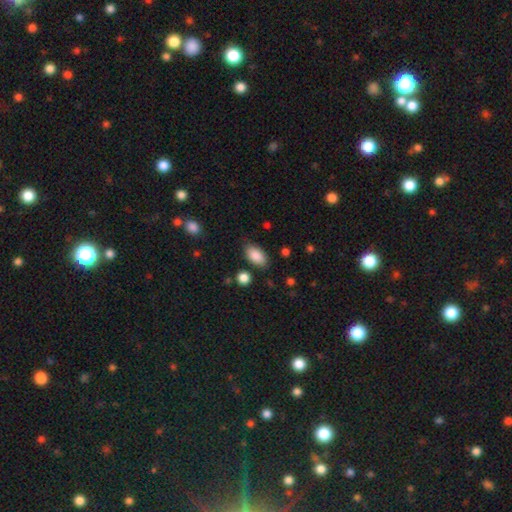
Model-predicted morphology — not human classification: smooth-or-featured: smooth: 88% | star or artifact: 7% | featured or disk: 5%
  how-rounded: in between: 93% | round: 4% | cigar-shaped: 3%
  merging: none: 79% | minor disturbance: 14% | major disturbance: 3% | merger: 3%